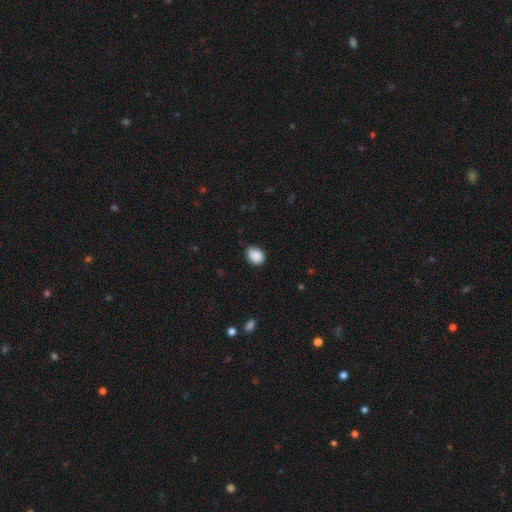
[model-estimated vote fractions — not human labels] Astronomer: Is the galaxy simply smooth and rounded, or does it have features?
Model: smooth — 89%.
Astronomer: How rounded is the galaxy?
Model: in between — 60% (runner-up: round, 39%).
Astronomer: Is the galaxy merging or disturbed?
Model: none — 81%.